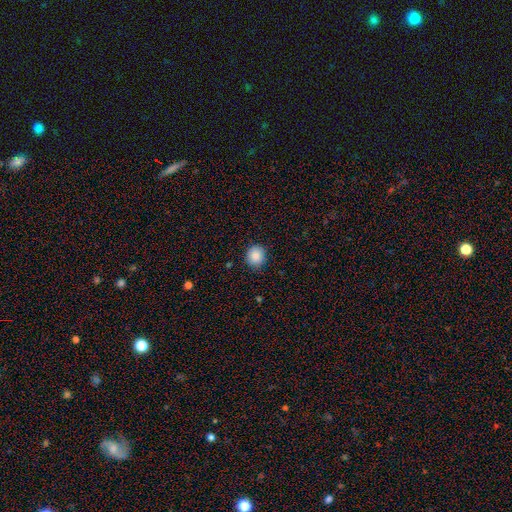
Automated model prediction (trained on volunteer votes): Smooth or featured: smooth — 88% (star or artifact — 9%)
How rounded: round — 88% (in between — 11%)
Merging: none — 89% (minor disturbance — 8%)